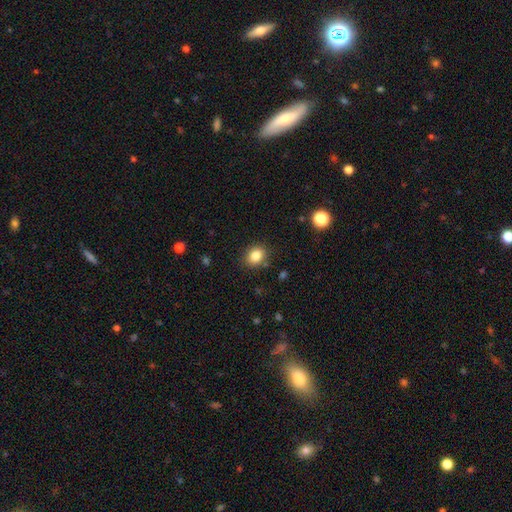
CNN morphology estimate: Smooth or featured: smooth — 84% (star or artifact — 11%)
How rounded: round — 59% (in between — 40%)
Merging: none — 86% (minor disturbance — 10%)